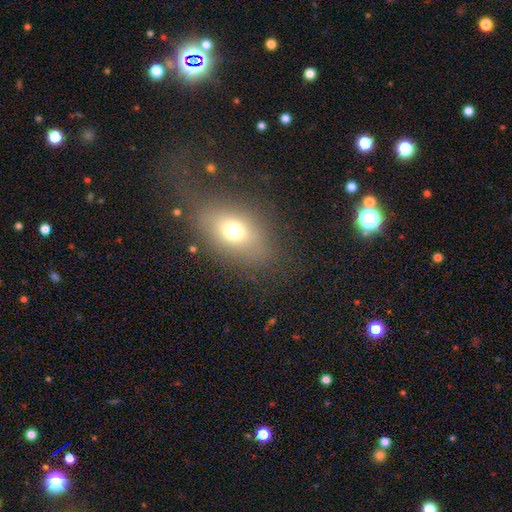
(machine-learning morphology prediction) The model was most divided on "merging": none: 58%, minor disturbance: 20%, major disturbance: 19%, merger: 4%. More confident: how rounded — in between (76%); smooth or featured — smooth (66%).